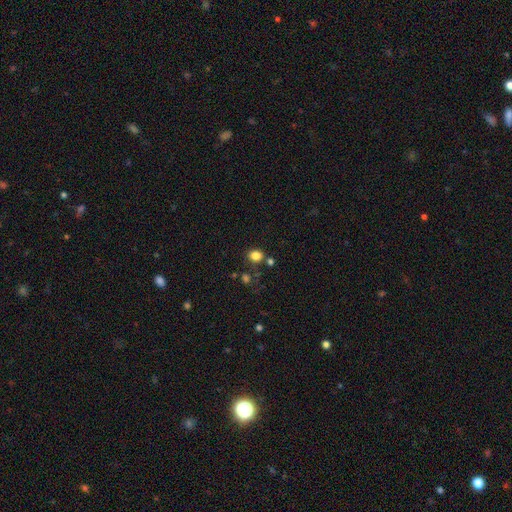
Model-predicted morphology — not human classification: The model was most divided on "how rounded": round: 65%, in between: 34%, cigar-shaped: 1%. More confident: smooth or featured — smooth (82%); merging — none (75%).